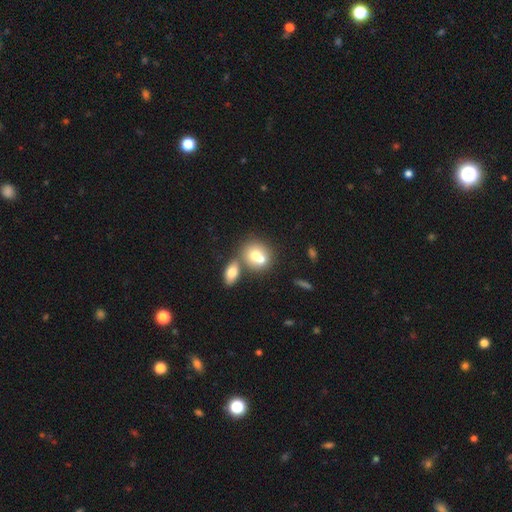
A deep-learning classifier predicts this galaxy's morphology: Smooth or featured?
  - smooth: 68% *
  - featured or disk: 22%
  - star or artifact: 10%
How rounded?
  - round: 71% *
  - in between: 28%
  - cigar-shaped: 1%
Merging?
  - merger: 61% *
  - none: 29%
  - minor disturbance: 7%
  - major disturbance: 3%